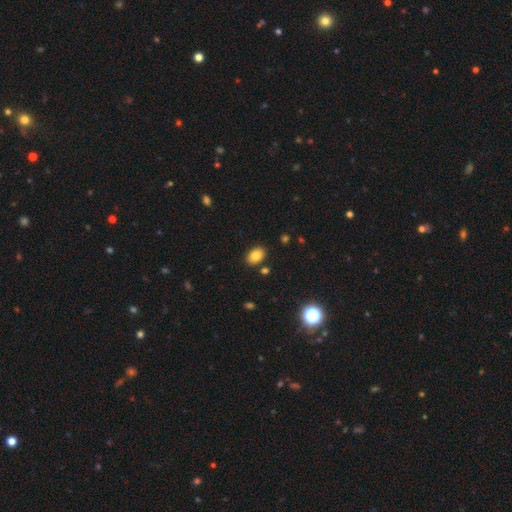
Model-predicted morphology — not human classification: The model was most divided on "how rounded": in between: 82%, round: 17%, cigar-shaped: 1%. More confident: merging — none (85%); smooth or featured — smooth (83%).